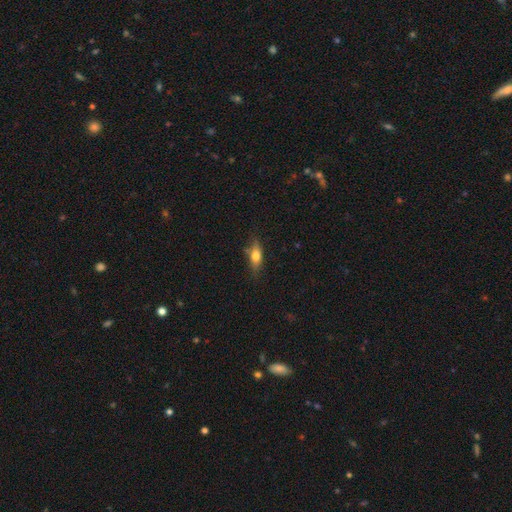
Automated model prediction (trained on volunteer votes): Morphology: type=smooth (64%); roundness=in between (62%); merging=none (73%).